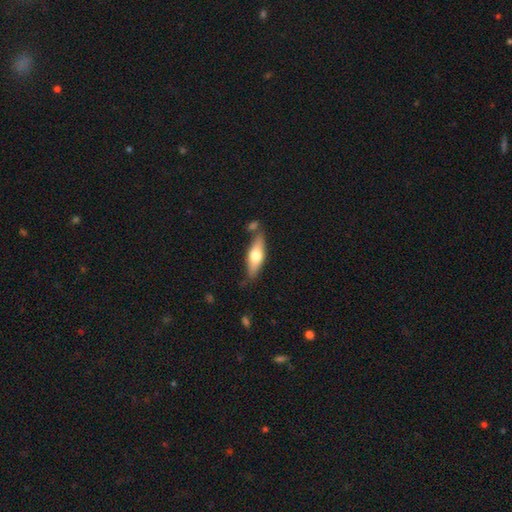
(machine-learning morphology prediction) smooth_or_featured: smooth (p=0.52) [alt: featured or disk p=0.43]
how_rounded: in between (p=0.50) [alt: cigar-shaped p=0.48]
merging: none (p=0.73) [alt: minor disturbance p=0.16]